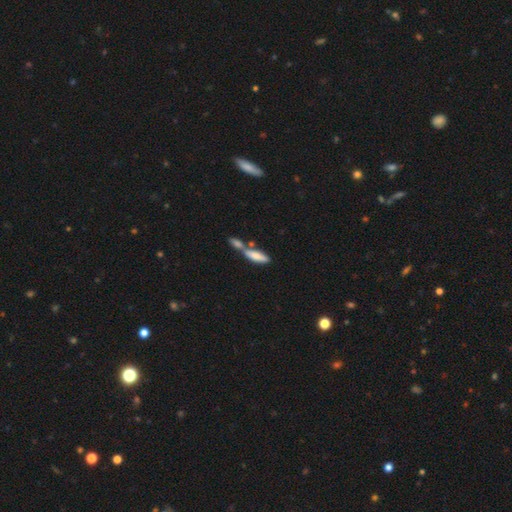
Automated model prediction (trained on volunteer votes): This is likely a smooth galaxy (73%). How rounded: possibly cigar-shaped (50%). Merging: possibly merger (56%).